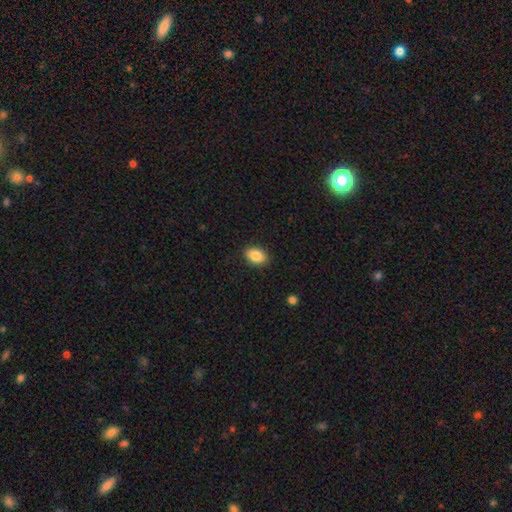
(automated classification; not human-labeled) Smooth or featured? Predicted: smooth (p=0.87). How rounded? Predicted: in between (p=0.86). Merging? Predicted: none (p=0.89).